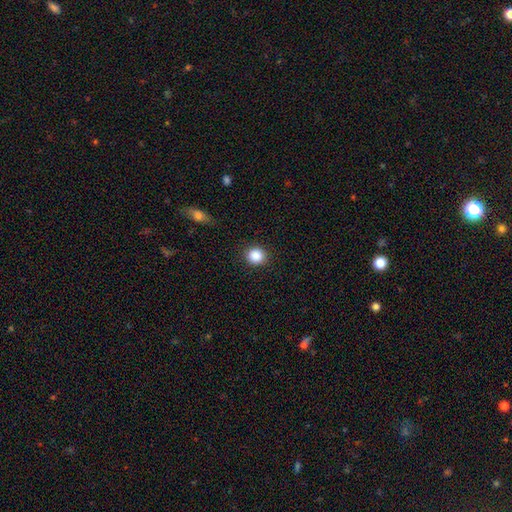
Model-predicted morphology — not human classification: Overall: smooth (88%). How rounded: round (86%). Merging: none (90%).